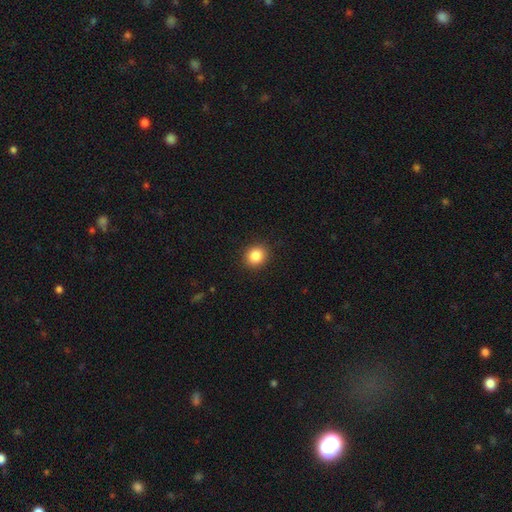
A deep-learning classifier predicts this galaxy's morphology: Smooth or featured? smooth (86%)
How rounded? round (82%)
Merging? none (91%)